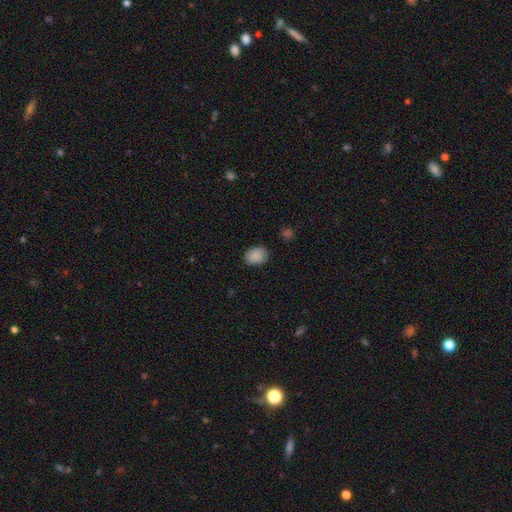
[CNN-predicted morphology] type=smooth (89%); roundness=in between (75%); merging=none (86%).